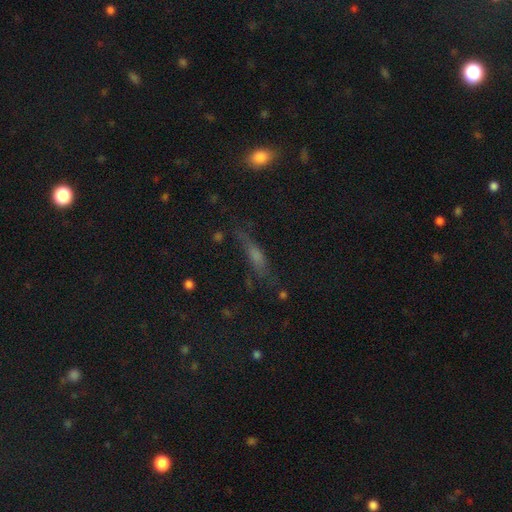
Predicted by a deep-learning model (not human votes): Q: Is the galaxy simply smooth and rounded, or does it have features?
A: featured or disk — 41%.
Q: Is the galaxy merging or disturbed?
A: none — 67%.